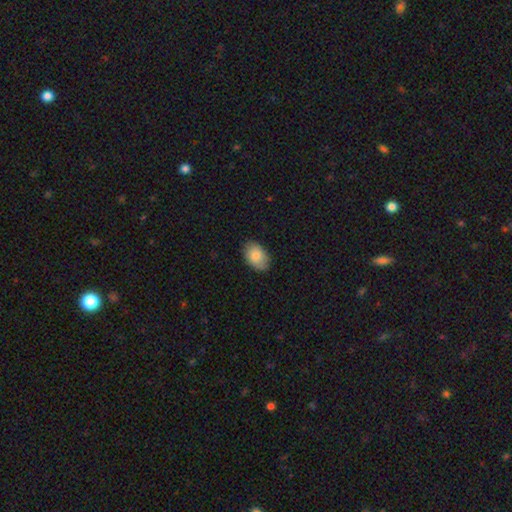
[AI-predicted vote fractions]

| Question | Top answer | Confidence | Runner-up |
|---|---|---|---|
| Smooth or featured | smooth | 85% | featured or disk (9%) |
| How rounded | in between | 89% | round (9%) |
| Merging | none | 84% | minor disturbance (13%) |